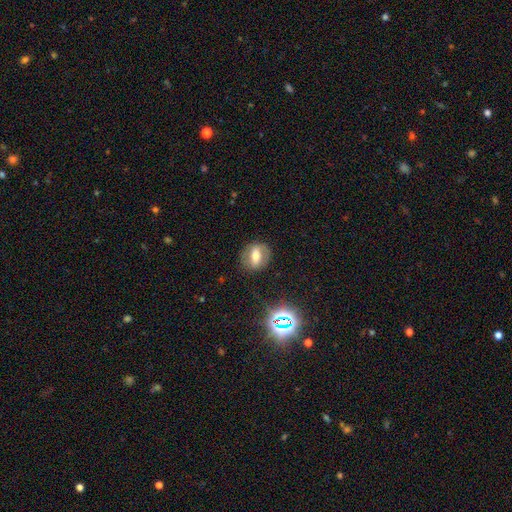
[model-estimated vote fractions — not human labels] smooth-or-featured: featured or disk: 45% | smooth: 42% | star or artifact: 13%
  merging: none: 81% | minor disturbance: 12% | major disturbance: 5% | merger: 1%